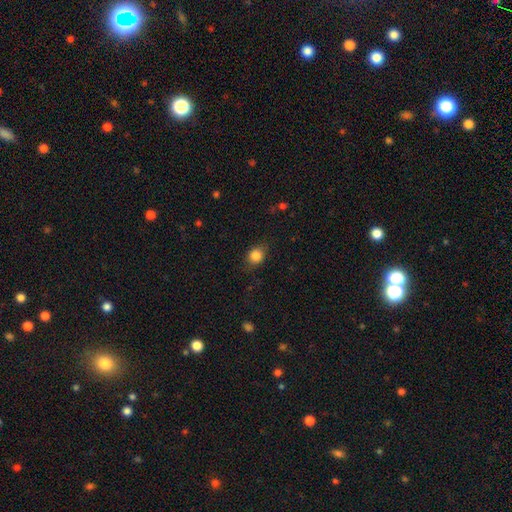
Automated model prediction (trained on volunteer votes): smooth-or-featured: smooth: 84% | star or artifact: 10% | featured or disk: 6%
  how-rounded: round: 59% | in between: 39% | cigar-shaped: 1%
  merging: none: 77% | minor disturbance: 17% | major disturbance: 5% | merger: 1%